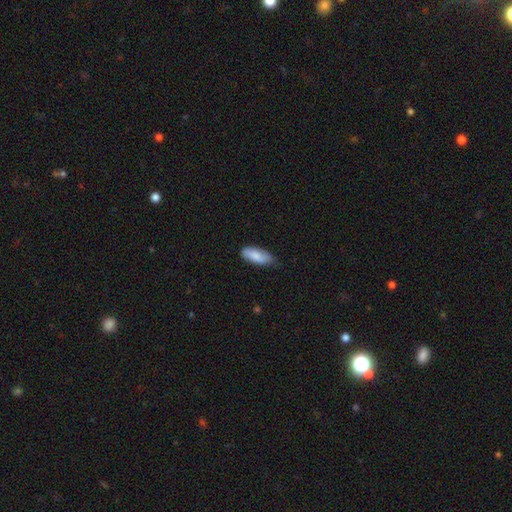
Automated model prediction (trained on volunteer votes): The model was most divided on "merging": none: 61%, minor disturbance: 33%, major disturbance: 5%, merger: 1%. More confident: how rounded — in between (83%); smooth or featured — smooth (81%).